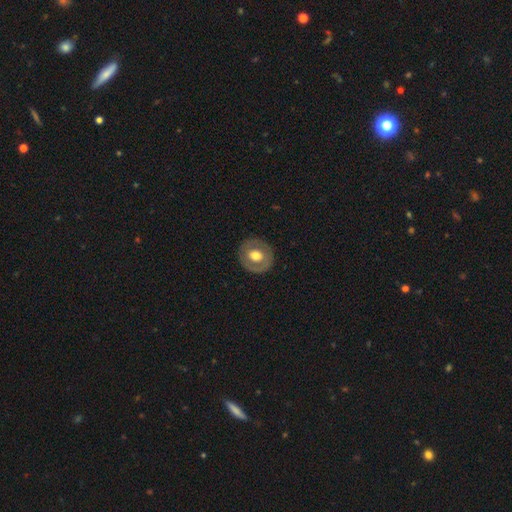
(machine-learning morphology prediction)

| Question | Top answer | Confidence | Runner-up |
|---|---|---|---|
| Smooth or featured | smooth | 49% | featured or disk (46%) |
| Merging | none | 85% | minor disturbance (10%) |